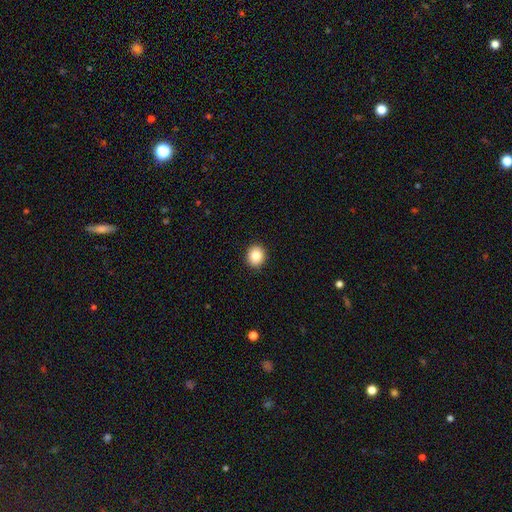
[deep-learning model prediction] Smooth or featured? Predicted: smooth (p=0.85). How rounded? Predicted: round (p=0.75). Merging? Predicted: none (p=0.92).